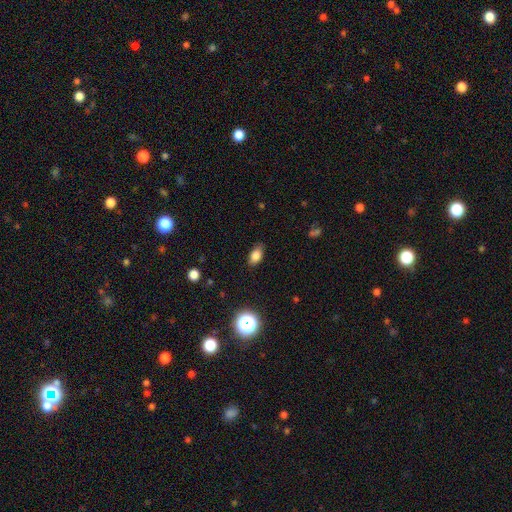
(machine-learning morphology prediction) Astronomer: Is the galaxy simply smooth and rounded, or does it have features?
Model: smooth — 82%.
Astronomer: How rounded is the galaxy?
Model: in between — 87%.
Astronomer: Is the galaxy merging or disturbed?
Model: none — 81%.